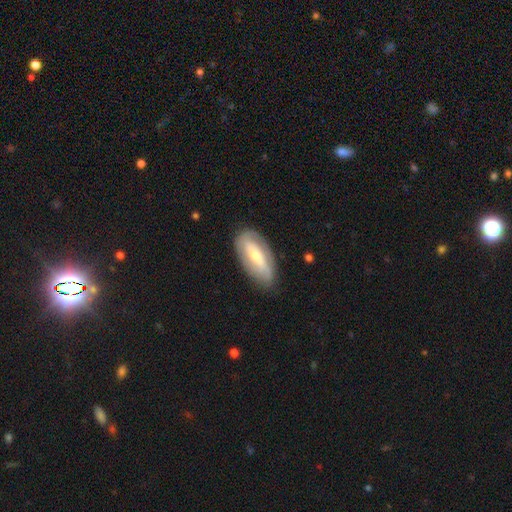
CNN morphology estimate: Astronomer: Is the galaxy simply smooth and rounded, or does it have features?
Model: featured or disk — 53% (runner-up: smooth, 41%).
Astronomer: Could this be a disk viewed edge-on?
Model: no — 85%.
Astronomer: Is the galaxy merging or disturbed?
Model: none — 77%.